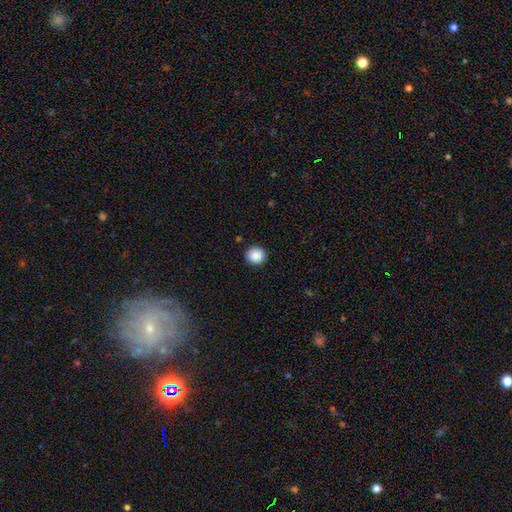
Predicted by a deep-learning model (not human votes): smooth_or_featured: smooth (p=0.88) [alt: star or artifact p=0.08]
how_rounded: round (p=0.91) [alt: in between p=0.08]
merging: none (p=0.92) [alt: minor disturbance p=0.06]